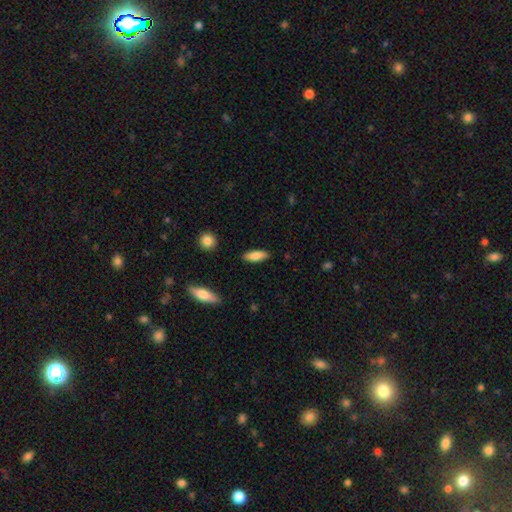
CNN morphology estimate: type=smooth (83%); roundness=in between (67%); merging=none (87%).